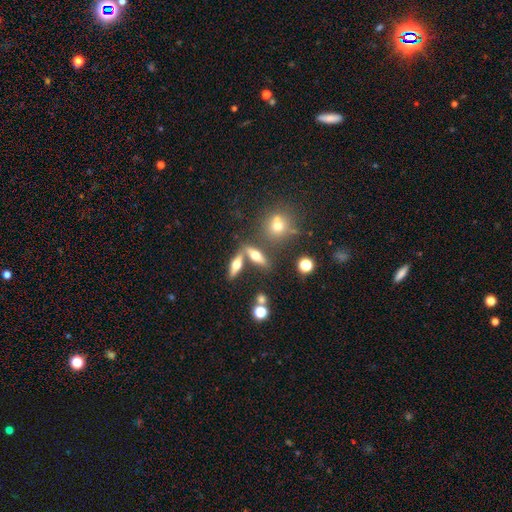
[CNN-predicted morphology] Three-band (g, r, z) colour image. It shows a smooth galaxy with no disk features (45%). Merging: none (63%).